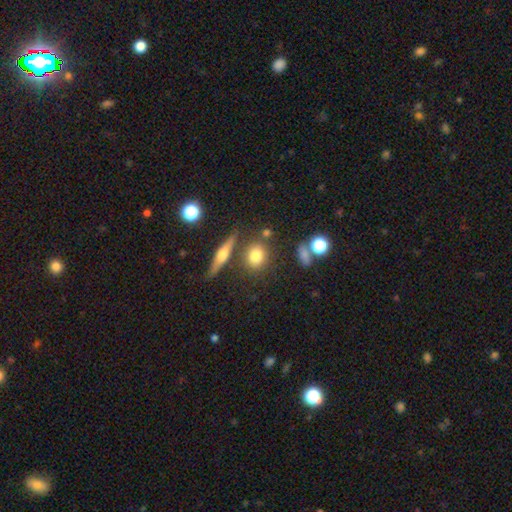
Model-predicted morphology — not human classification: Smooth or featured: smooth — 75% (featured or disk — 14%)
How rounded: round — 64% (in between — 31%)
Merging: none — 75% (minor disturbance — 11%)